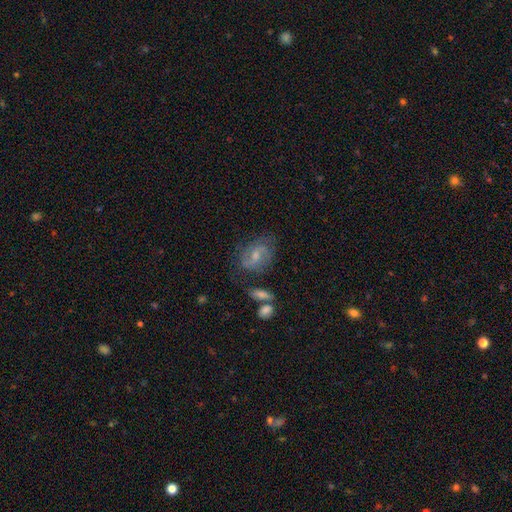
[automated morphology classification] This appears to be a featured or disk galaxy (60%) with a weak bar (51%), spiral arms (82%) and a moderate central bulge (48%). Merging: none (64%).